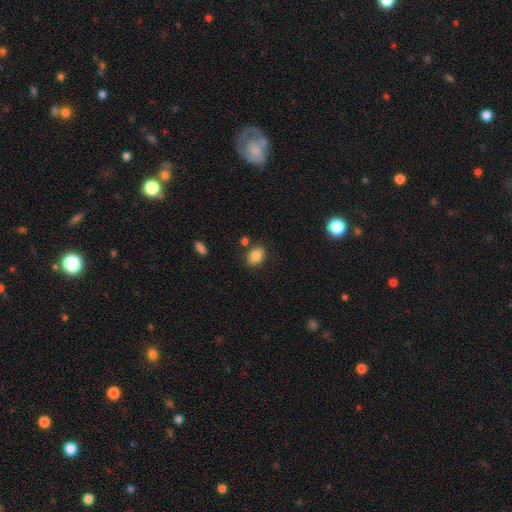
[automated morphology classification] Q: Smooth or featured?
A: smooth (84%); runner-up: star or artifact (9%)
Q: How rounded?
A: in between (62%); runner-up: round (37%)
Q: Merging?
A: none (79%); runner-up: minor disturbance (12%)